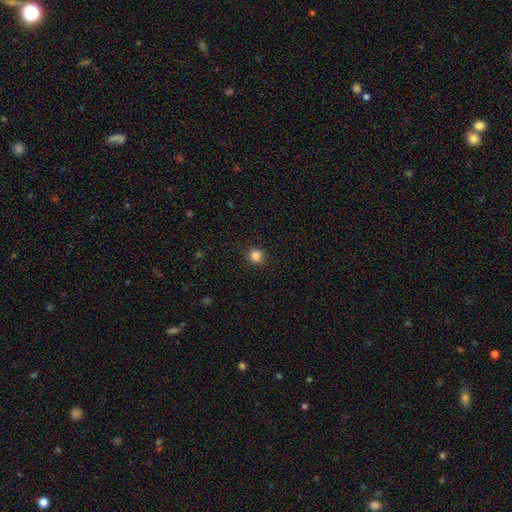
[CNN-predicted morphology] Smooth or featured: smooth — 84% (star or artifact — 12%)
How rounded: round — 92% (in between — 7%)
Merging: none — 91% (minor disturbance — 6%)